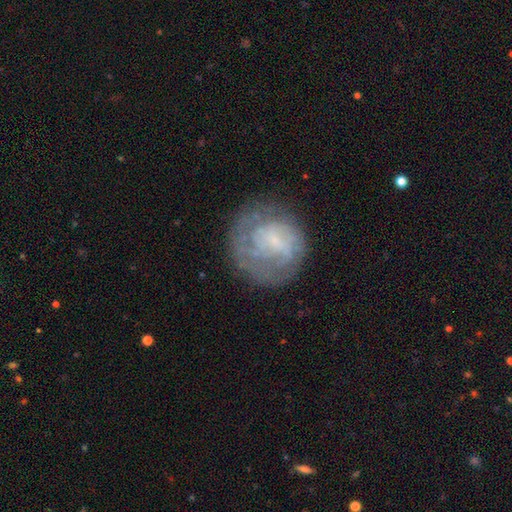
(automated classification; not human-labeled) Smooth or featured? featured or disk (49%)
Merging? none (73%)